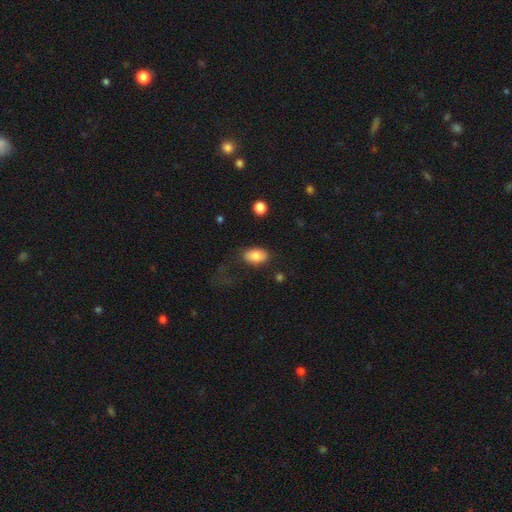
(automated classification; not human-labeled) smooth 81%, featured or disk 11%, star or artifact 8%. Down the decision tree: how rounded — in between (90%); merging — none (77%).